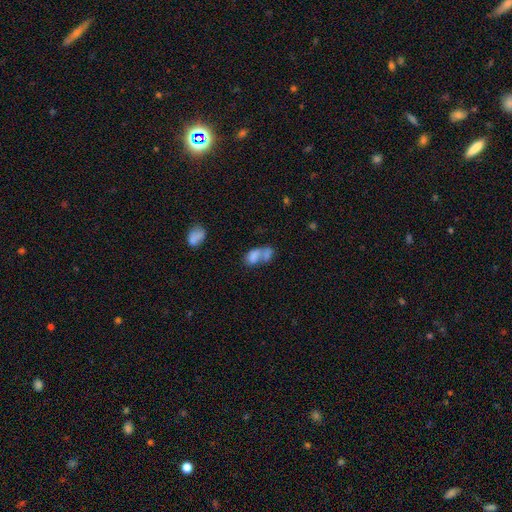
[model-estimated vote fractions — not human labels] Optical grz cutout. It shows a smooth galaxy with no disk features (71%) that is in between round and cigar-shaped (84%). Merging: merger (66%).